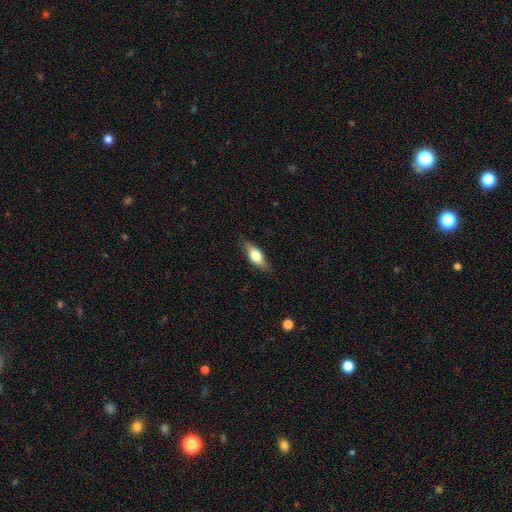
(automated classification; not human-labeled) This is possibly a smooth galaxy (52%). How rounded: likely in between (62%). Merging: clearly none (83%).